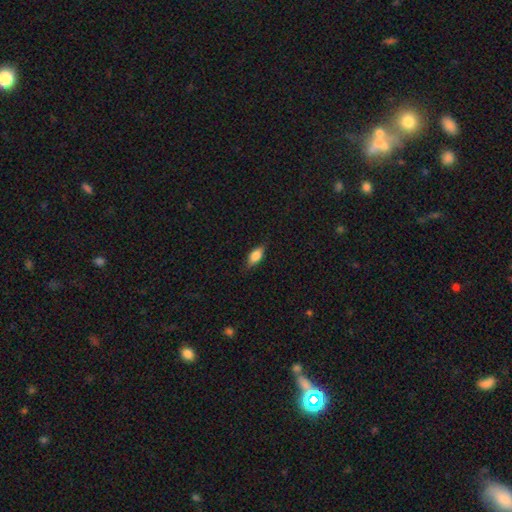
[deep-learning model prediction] smooth_or_featured: smooth (p=0.77) [alt: featured or disk p=0.15]
how_rounded: in between (p=0.83) [alt: cigar-shaped p=0.13]
merging: none (p=0.81) [alt: minor disturbance p=0.15]